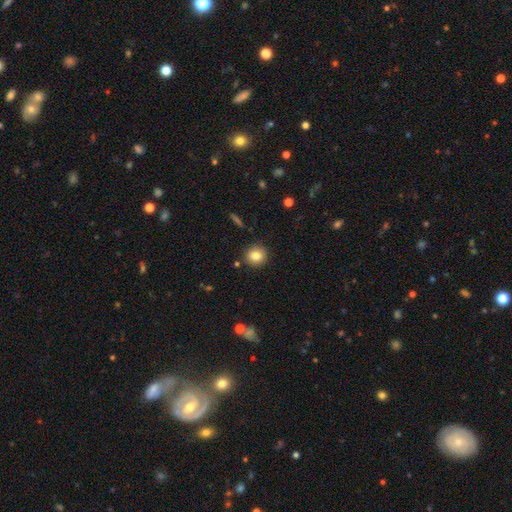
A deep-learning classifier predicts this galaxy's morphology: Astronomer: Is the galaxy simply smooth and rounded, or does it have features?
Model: smooth — 82%.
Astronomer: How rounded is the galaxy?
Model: round — 89%.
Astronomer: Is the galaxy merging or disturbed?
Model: none — 89%.